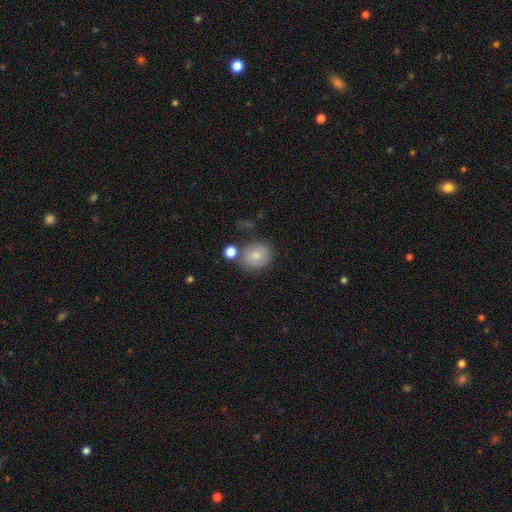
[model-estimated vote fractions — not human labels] Overall: smooth (79%). How rounded: round (68%; in between 31%). Merging: none (66%).